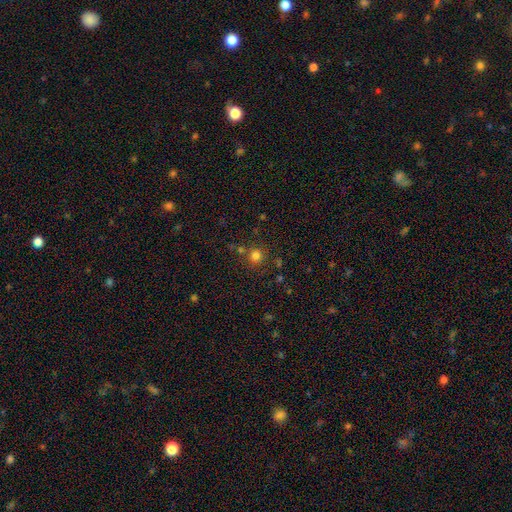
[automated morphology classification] This appears to be a smooth galaxy with no disk features (78%) that is round (92%). Merging: none (77%).